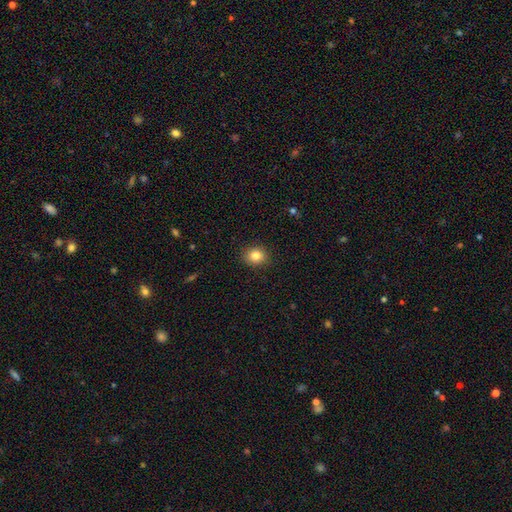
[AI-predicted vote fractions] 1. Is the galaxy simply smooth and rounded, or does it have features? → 84% smooth, 10% star or artifact, 6% featured or disk.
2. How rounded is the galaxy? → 68% round, 31% in between, 1% cigar-shaped.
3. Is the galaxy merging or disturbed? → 90% none, 7% minor disturbance, 2% major disturbance, 1% merger.